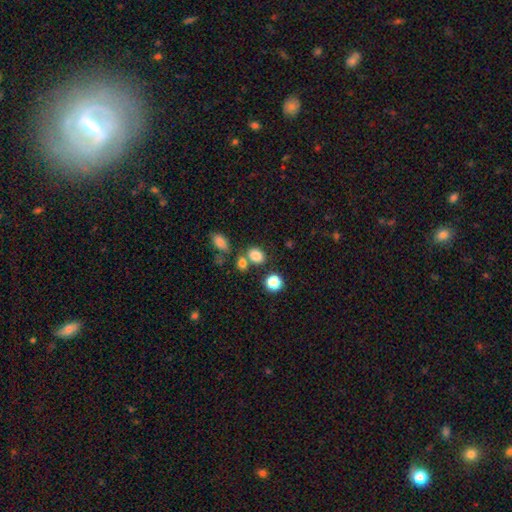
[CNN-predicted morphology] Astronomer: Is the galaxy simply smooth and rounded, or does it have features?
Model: smooth — 81%.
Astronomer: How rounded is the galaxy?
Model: in between — 58% (runner-up: round, 41%).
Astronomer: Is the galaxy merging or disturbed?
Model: none — 64%.